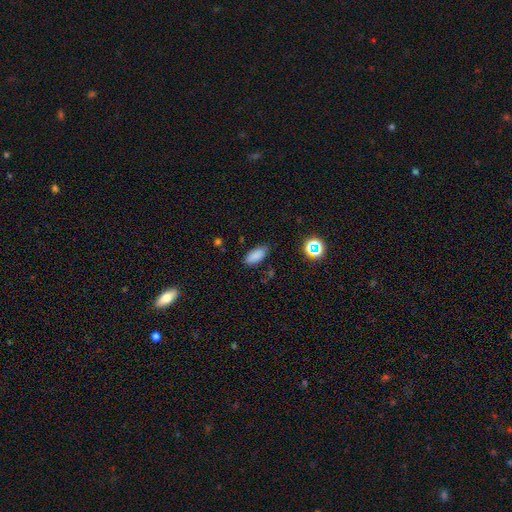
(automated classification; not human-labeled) smooth-or-featured: smooth: 85% | star or artifact: 10% | featured or disk: 5%
  how-rounded: in between: 87% | cigar-shaped: 10% | round: 3%
  merging: none: 83% | minor disturbance: 12% | major disturbance: 3% | merger: 2%